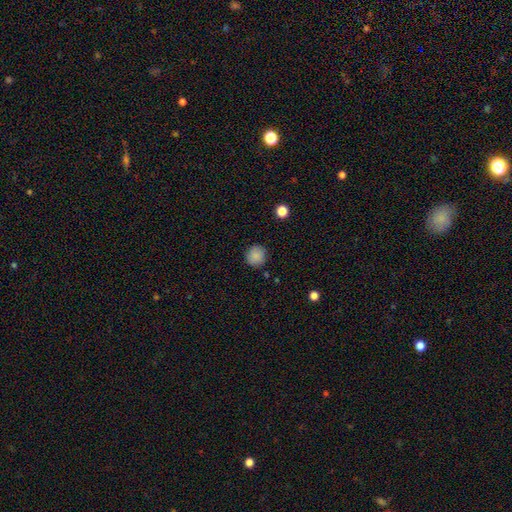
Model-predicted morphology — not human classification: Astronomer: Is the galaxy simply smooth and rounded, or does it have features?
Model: smooth — 87%.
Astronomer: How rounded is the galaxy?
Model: round — 92%.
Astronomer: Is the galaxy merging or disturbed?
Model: none — 88%.